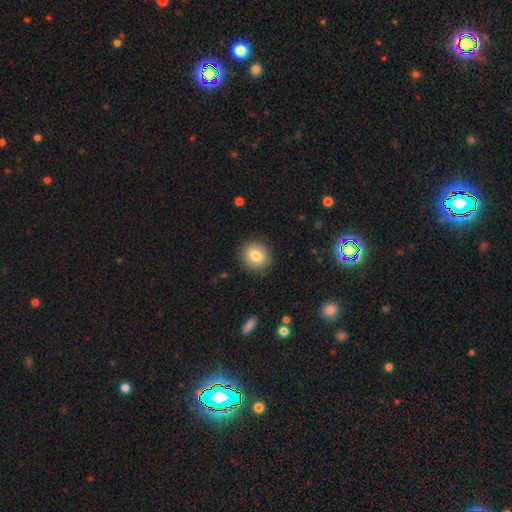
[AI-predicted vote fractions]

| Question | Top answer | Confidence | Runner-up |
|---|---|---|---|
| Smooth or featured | smooth | 80% | featured or disk (11%) |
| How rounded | round | 80% | in between (19%) |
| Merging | none | 89% | minor disturbance (8%) |